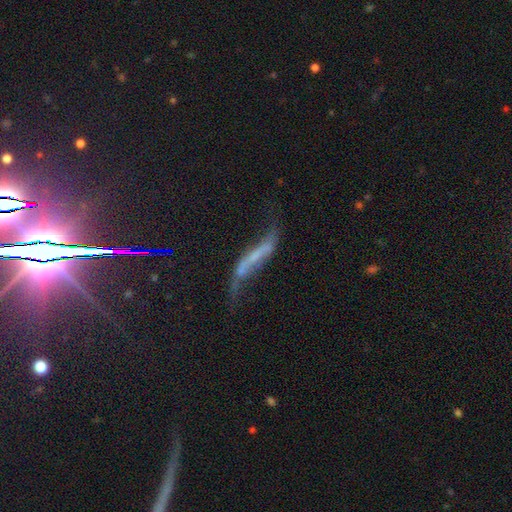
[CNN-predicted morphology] Smooth or featured?
  - featured or disk: 68% *
  - smooth: 19%
  - star or artifact: 13%
Edge-on disk?
  - no: 67% *
  - yes: 33%
Merging?
  - none: 40% *
  - major disturbance: 29%
  - minor disturbance: 23%
  - merger: 8%